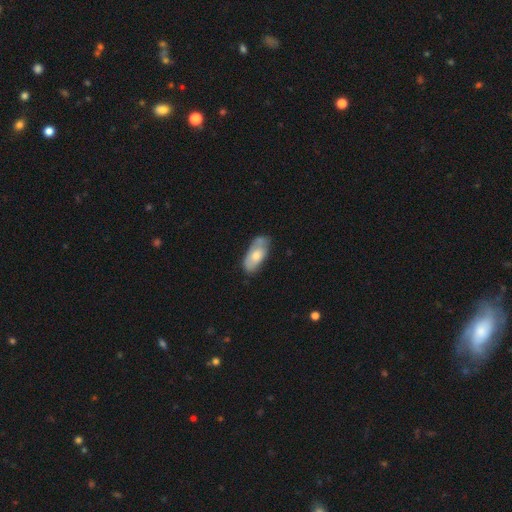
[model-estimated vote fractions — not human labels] Morphology: type=smooth (63%); roundness=in between (89%); merging=none (56%).